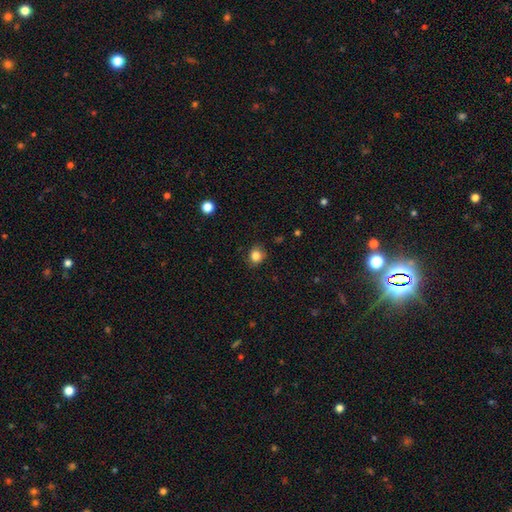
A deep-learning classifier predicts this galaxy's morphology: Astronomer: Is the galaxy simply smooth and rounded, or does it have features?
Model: smooth — 84%.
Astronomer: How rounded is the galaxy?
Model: round — 78%.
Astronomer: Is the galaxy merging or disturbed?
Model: none — 82%.